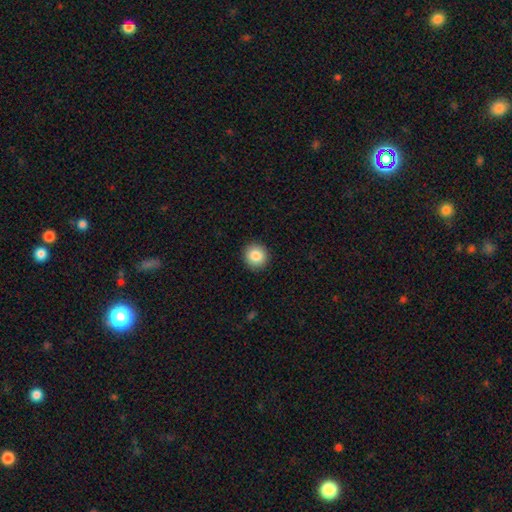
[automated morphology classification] type=smooth (86%); roundness=round (93%); merging=none (93%).